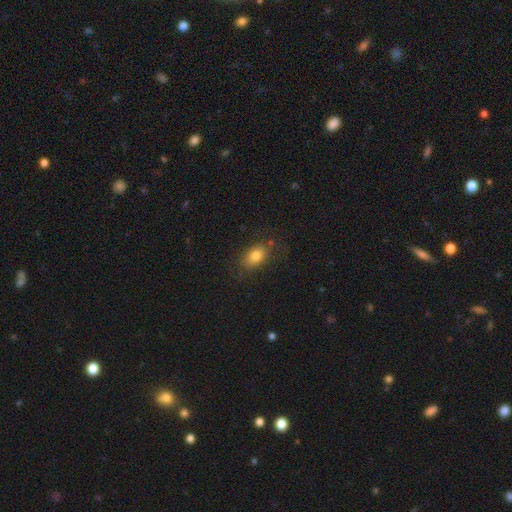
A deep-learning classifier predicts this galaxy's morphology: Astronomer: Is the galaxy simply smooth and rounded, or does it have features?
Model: smooth — 81%.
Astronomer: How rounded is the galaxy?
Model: in between — 82%.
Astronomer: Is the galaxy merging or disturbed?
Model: none — 72%.